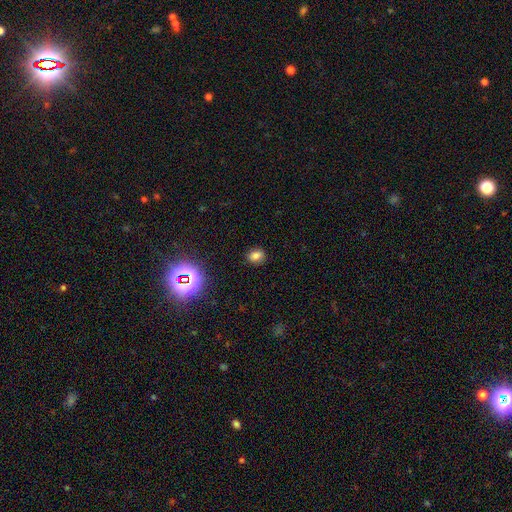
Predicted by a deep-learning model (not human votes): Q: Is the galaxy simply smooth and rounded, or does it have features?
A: smooth — 74%.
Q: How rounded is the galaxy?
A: in between — 56%.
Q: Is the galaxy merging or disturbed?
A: none — 87%.